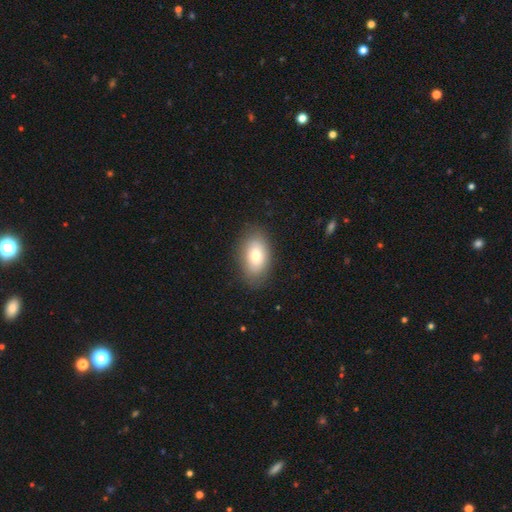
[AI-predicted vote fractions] Morphology: type=smooth (76%); roundness=in between (90%); merging=none (83%).